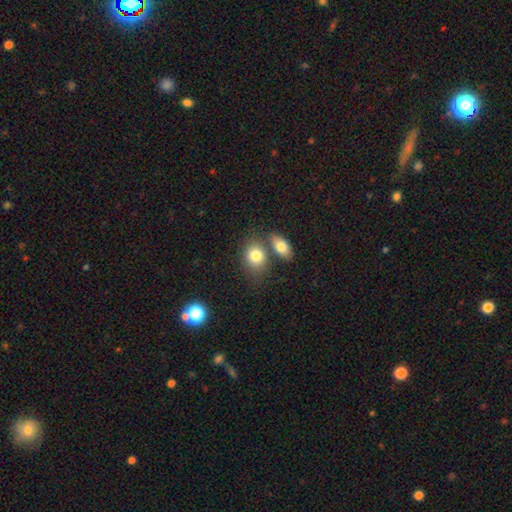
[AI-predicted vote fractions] This is likely a smooth galaxy (79%). How rounded: possibly in between (59%). Merging: possibly none (50%).